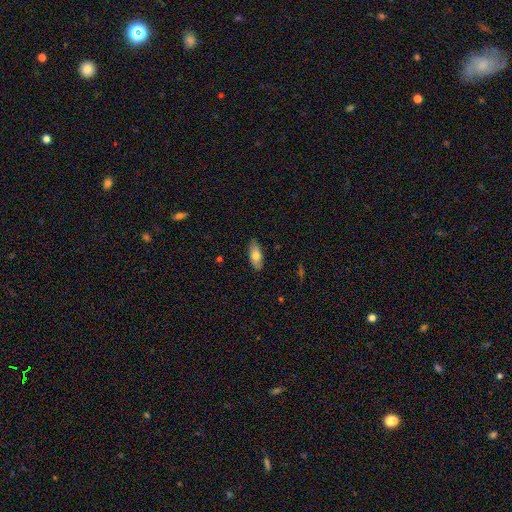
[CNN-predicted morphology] A smooth galaxy with no disk features (73%) that is in between round and cigar-shaped (84%). Merging: none (86%).